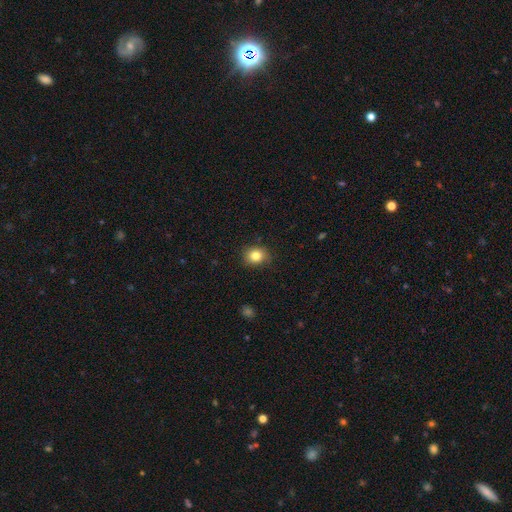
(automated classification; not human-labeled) A smooth galaxy with no disk features (83%) that is round (63%). Merging: none (83%).